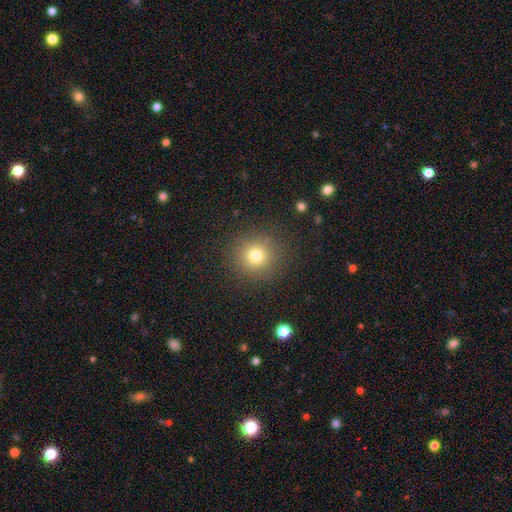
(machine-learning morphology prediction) Overall: smooth (76%). How rounded: round (93%). Merging: none (88%).